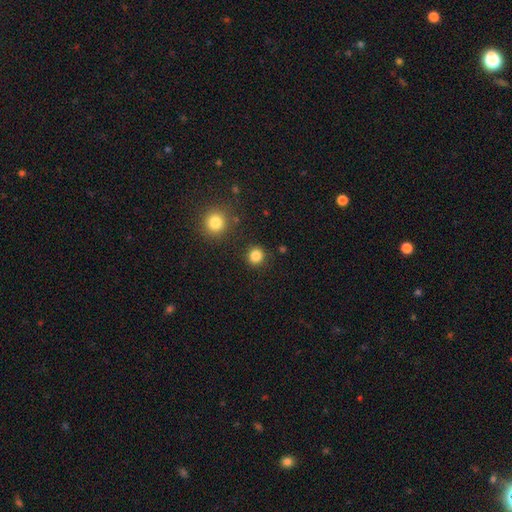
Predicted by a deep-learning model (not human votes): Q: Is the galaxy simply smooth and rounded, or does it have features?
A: smooth — 84%.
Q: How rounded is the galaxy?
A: round — 91%.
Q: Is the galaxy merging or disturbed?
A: none — 89%.